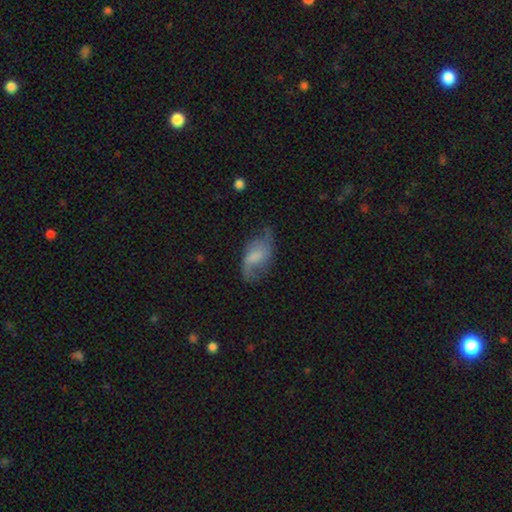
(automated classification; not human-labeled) Q: Smooth or featured?
A: featured or disk (56%); runner-up: smooth (36%)
Q: Edge-on disk?
A: no (95%); runner-up: yes (5%)
Q: Bar?
A: weak (50%); runner-up: no (36%)
Q: Spiral arms?
A: yes (85%); runner-up: no (15%)
Q: Bulge size?
A: none (34%); runner-up: moderate (27%)
Q: Merging?
A: none (53%); runner-up: minor disturbance (28%)